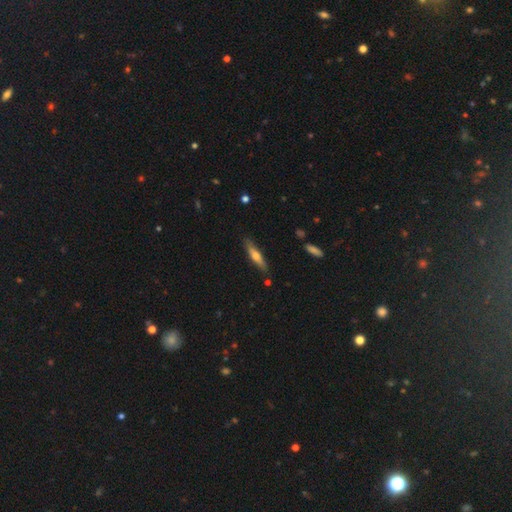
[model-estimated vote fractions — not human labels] This is possibly a smooth galaxy (54%). How rounded: clearly cigar-shaped (82%). Merging: clearly none (83%).